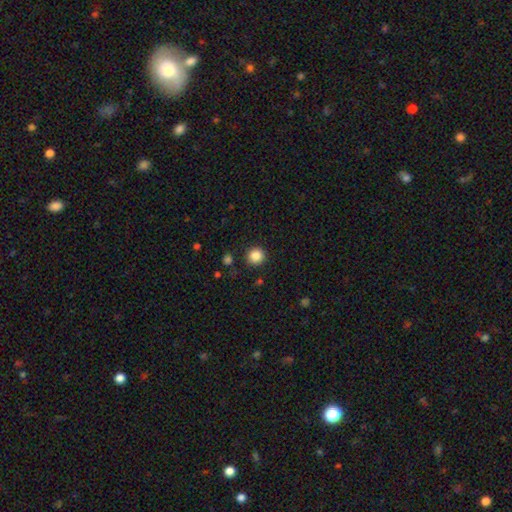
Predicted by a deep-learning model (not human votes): The model was most divided on "smooth or featured": smooth: 86%, star or artifact: 10%, featured or disk: 4%. More confident: how rounded — round (94%); merging — none (90%).